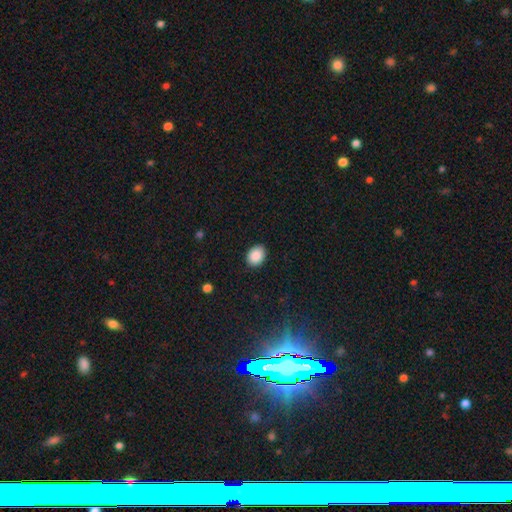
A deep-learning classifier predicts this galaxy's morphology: Q: Smooth or featured?
A: smooth (89%); runner-up: star or artifact (8%)
Q: How rounded?
A: in between (63%); runner-up: round (36%)
Q: Merging?
A: none (88%); runner-up: minor disturbance (9%)